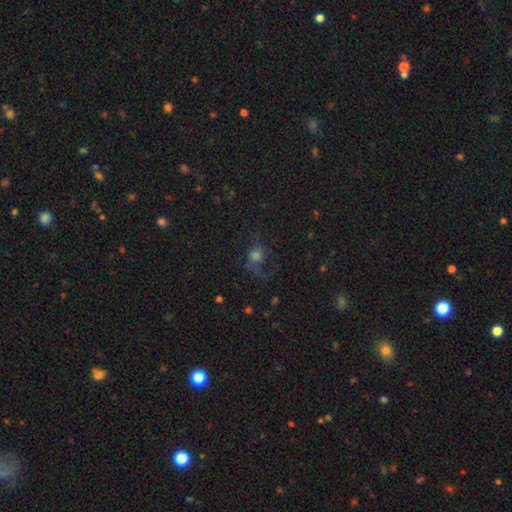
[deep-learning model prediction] This is marginally a smooth galaxy (41%). Merging: possibly none (47%).